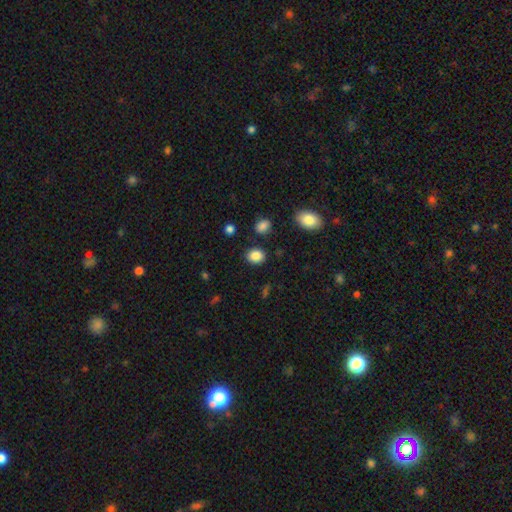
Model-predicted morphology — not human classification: smooth_or_featured: smooth (p=0.86) [alt: star or artifact p=0.10]
how_rounded: round (p=0.55) [alt: in between p=0.44]
merging: none (p=0.87) [alt: minor disturbance p=0.08]